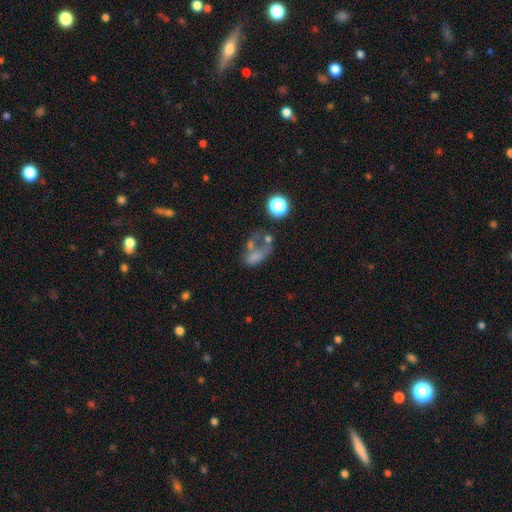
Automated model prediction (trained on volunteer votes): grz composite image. It shows a smooth galaxy with no disk features (51%) that is in between round and cigar-shaped (78%). Merging: major disturbance (35%).